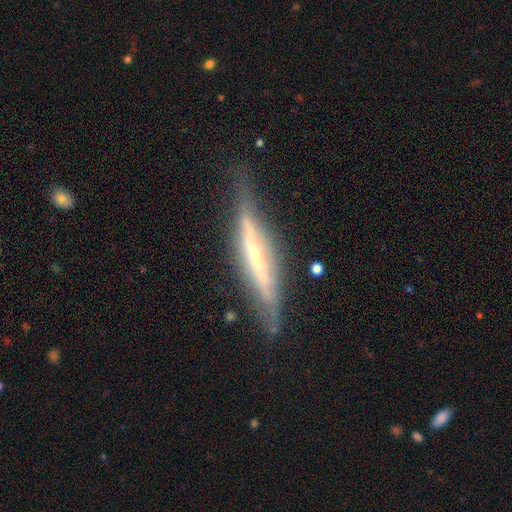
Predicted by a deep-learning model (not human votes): smooth-or-featured: featured or disk: 76% | smooth: 17% | star or artifact: 6%
  disk-edge-on: yes: 93% | no: 7%
    edge-on-bulge: rounded: 50% | none: 38% | boxy: 12%
  merging: none: 76% | minor disturbance: 18% | major disturbance: 4% | merger: 2%